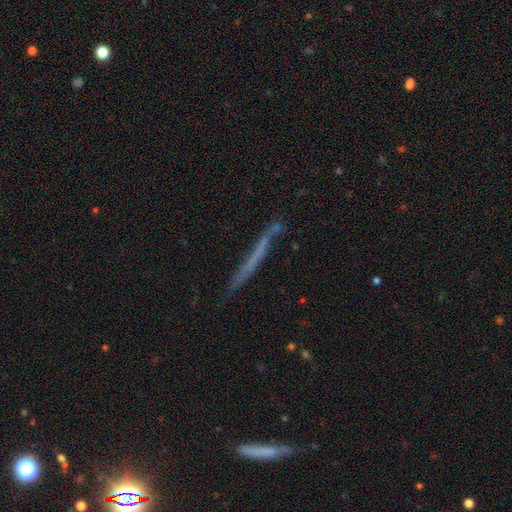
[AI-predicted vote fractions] Smooth or featured?
  - featured or disk: 46% *
  - smooth: 45%
  - star or artifact: 9%
Merging?
  - none: 82% *
  - minor disturbance: 13%
  - major disturbance: 3%
  - merger: 3%